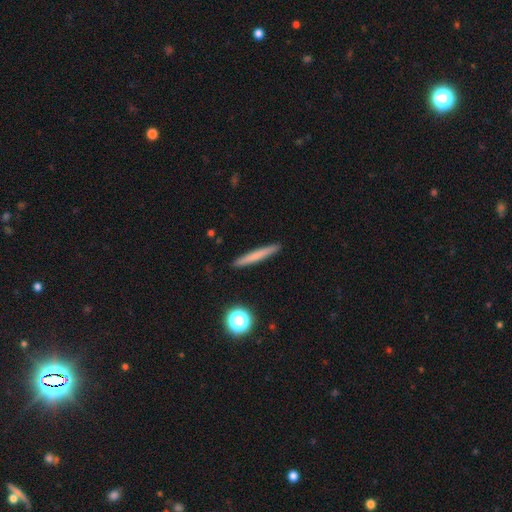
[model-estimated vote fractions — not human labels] This is likely a smooth galaxy (67%). How rounded: clearly cigar-shaped (95%). Merging: clearly none (92%).